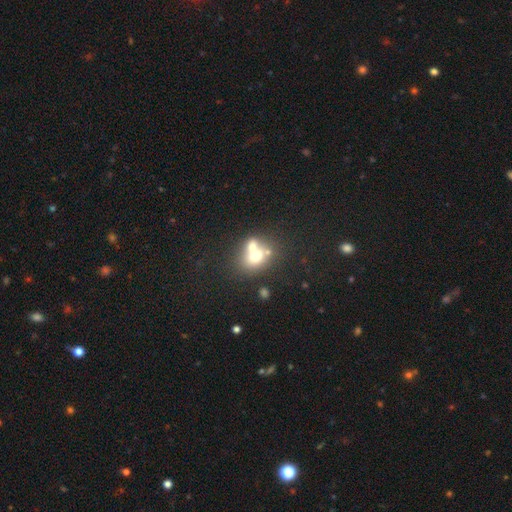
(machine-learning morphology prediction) Smooth or featured? smooth (64%)
How rounded? round (52%)
Merging? merger (57%)